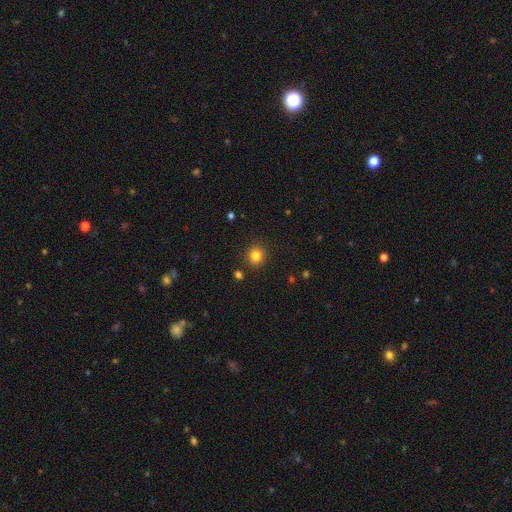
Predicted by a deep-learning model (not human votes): smooth-or-featured: smooth: 82% | star or artifact: 12% | featured or disk: 6%
  how-rounded: round: 83% | in between: 17% | cigar-shaped: 1%
  merging: none: 88% | minor disturbance: 7% | merger: 2% | major disturbance: 2%